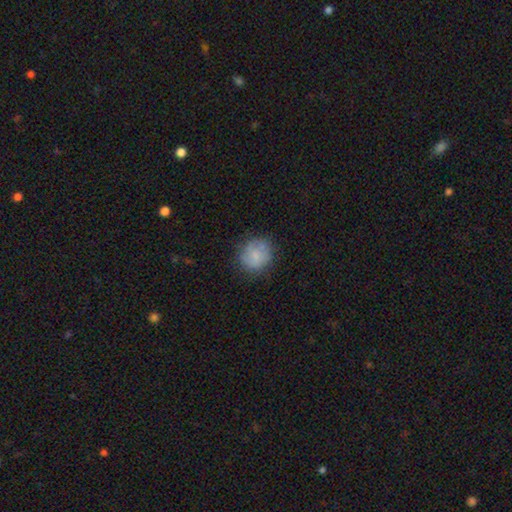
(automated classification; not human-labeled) Smooth or featured? Predicted: smooth (p=0.75). How rounded? Predicted: round (p=0.83). Merging? Predicted: none (p=0.75).